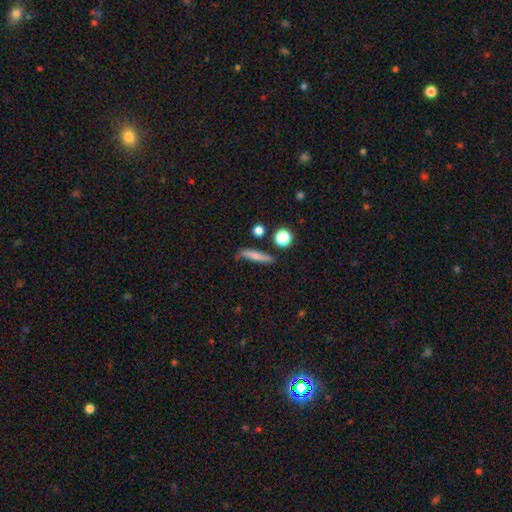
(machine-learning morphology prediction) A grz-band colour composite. It shows a smooth galaxy with no disk features (72%) that is cigar-shaped (79%). Merging: none (74%).